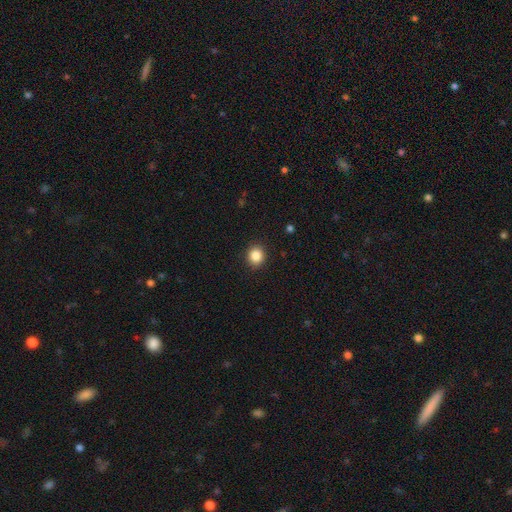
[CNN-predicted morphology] Smooth or featured? smooth (86%)
How rounded? round (86%)
Merging? none (91%)